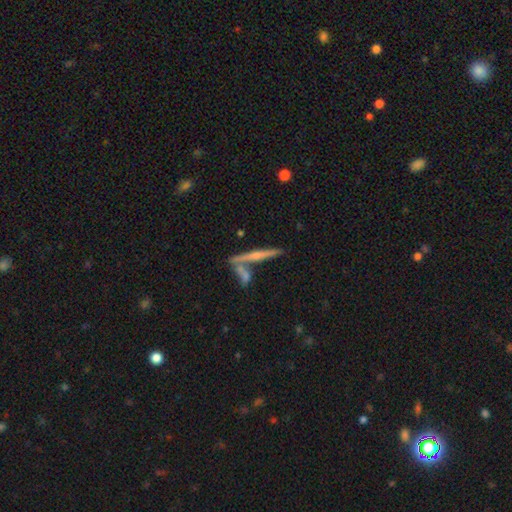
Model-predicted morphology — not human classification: This is likely a featured or disk galaxy (61%). It is clearly viewed edge-on (96%). Edge-on bulge: possibly rounded (57%). Merging: likely none (68%).